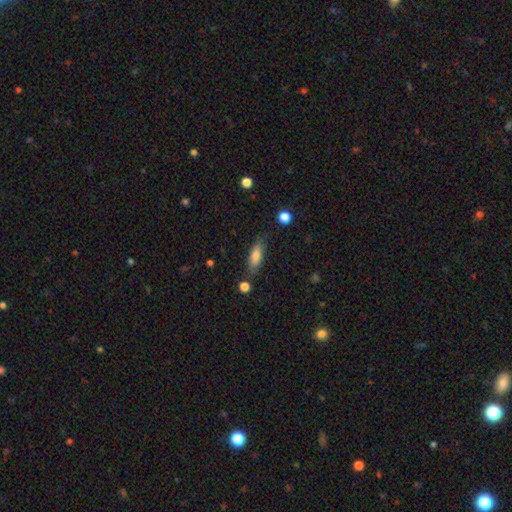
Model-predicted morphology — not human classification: smooth-or-featured: smooth: 77% | featured or disk: 17% | star or artifact: 7%
  how-rounded: in between: 59% | cigar-shaped: 38% | round: 2%
  merging: none: 74% | minor disturbance: 18% | major disturbance: 5% | merger: 4%